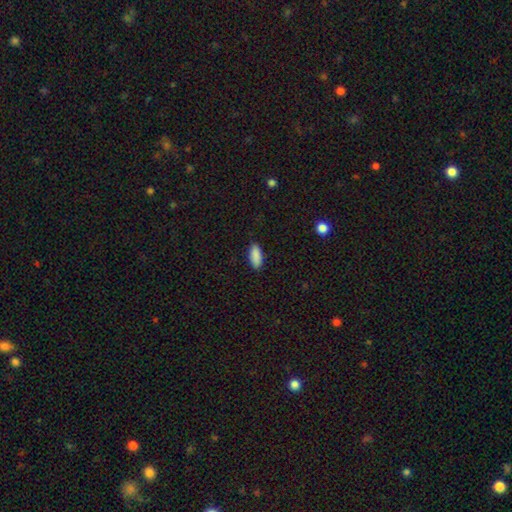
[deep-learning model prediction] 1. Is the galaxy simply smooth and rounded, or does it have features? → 90% smooth, 7% star or artifact, 4% featured or disk.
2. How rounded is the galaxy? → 84% in between, 14% cigar-shaped, 2% round.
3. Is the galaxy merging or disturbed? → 88% none, 9% minor disturbance, 2% major disturbance, 1% merger.